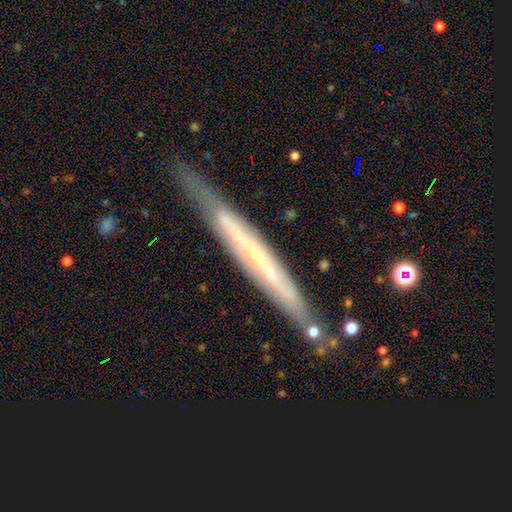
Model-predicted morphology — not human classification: A featured or disk galaxy (74%) viewed edge-on (84%) with no central bulge (60%).

Vote fractions:
- Smooth or featured? featured or disk: 74% / smooth: 19% / star or artifact: 7%
- Edge-on disk? yes: 84% / no: 16%
- Edge-on bulge? none: 60% / rounded: 35% / boxy: 5%
- Merging? none: 79% / minor disturbance: 15% / major disturbance: 3% / merger: 2%